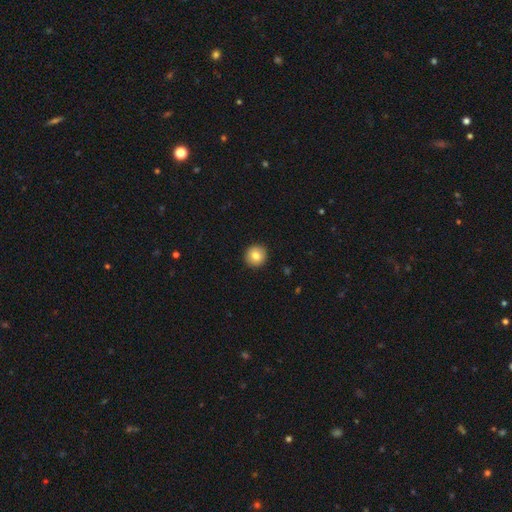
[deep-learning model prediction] This is clearly a smooth galaxy (82%). How rounded: clearly round (94%). Merging: clearly none (93%).